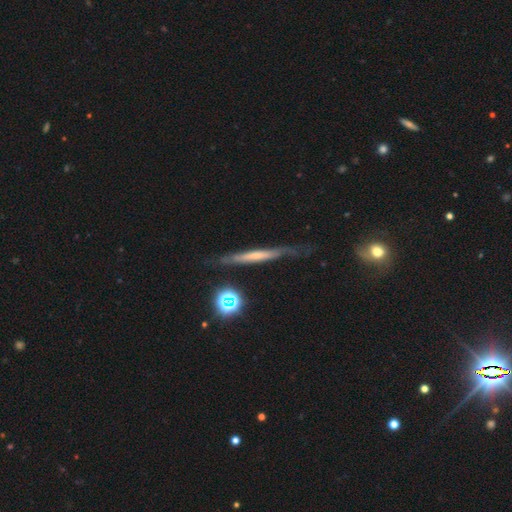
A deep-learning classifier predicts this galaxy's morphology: Smooth or featured? featured or disk (56%)
Edge-on disk? yes (85%)
Merging? none (65%)